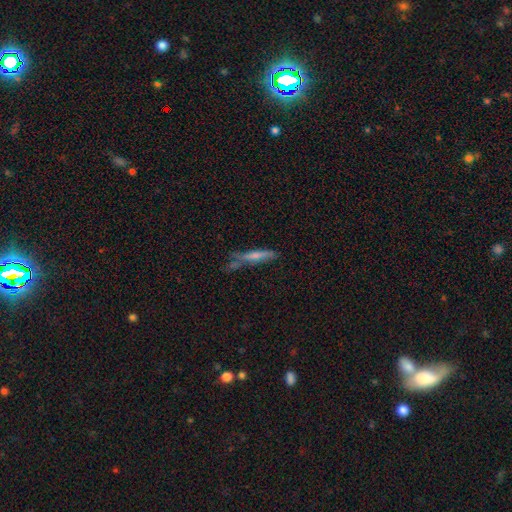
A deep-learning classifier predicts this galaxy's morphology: type=smooth (56%); roundness=cigar-shaped (88%); merging=none (55%).